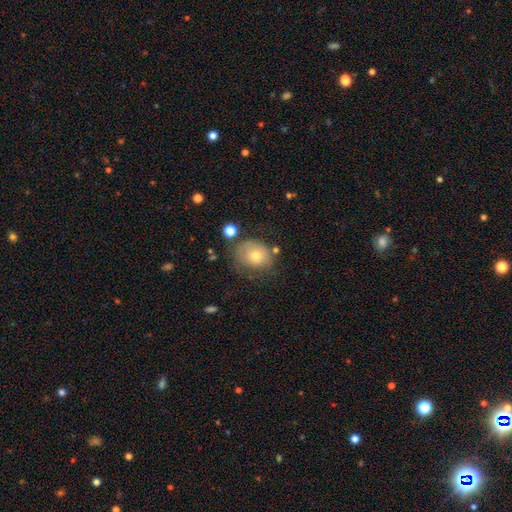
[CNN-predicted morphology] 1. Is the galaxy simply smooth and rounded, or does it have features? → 63% smooth, 27% featured or disk, 10% star or artifact.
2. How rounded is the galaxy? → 59% round, 40% in between, 1% cigar-shaped.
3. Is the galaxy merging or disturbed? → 55% none, 26% minor disturbance, 14% major disturbance, 5% merger.